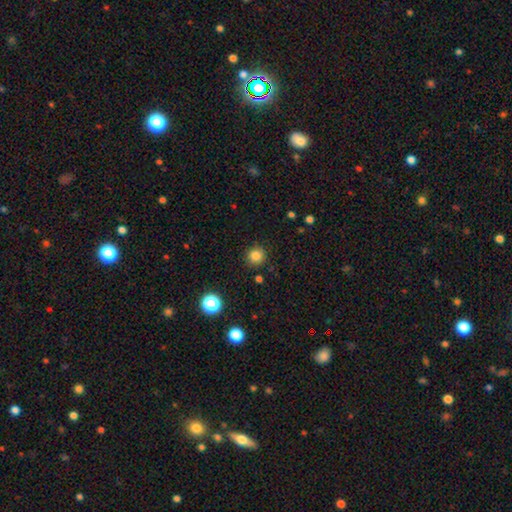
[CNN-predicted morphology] type=smooth (82%); roundness=round (92%); merging=none (89%).